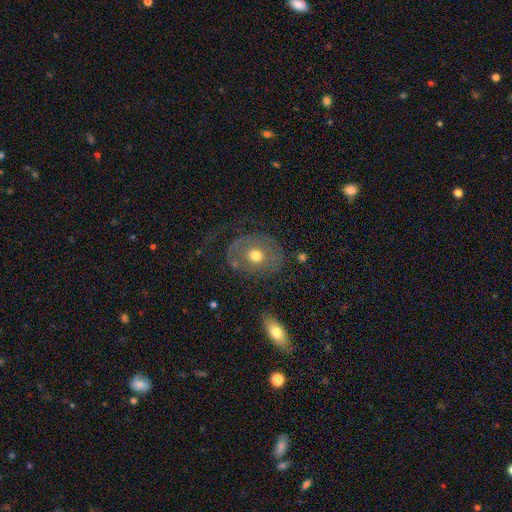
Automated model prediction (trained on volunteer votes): This appears to be a featured or disk galaxy (51%). Merging: none (63%).